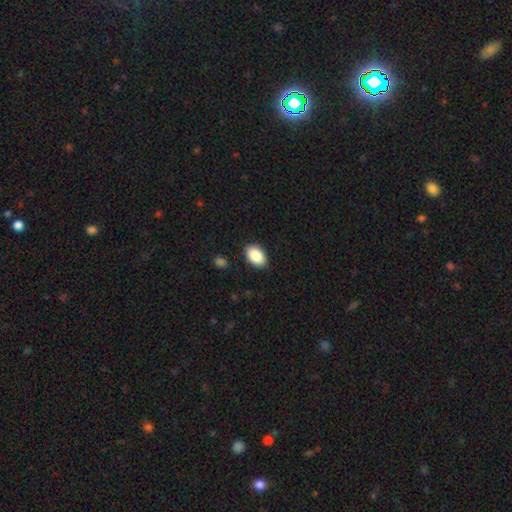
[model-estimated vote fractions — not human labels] Smooth or featured? smooth (89%)
How rounded? in between (90%)
Merging? none (88%)